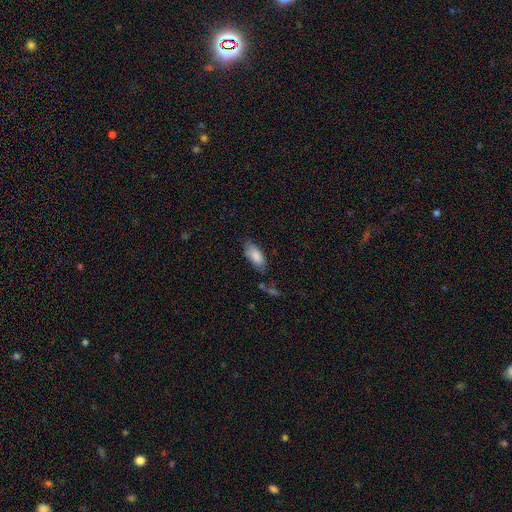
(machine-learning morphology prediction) This appears to be a smooth galaxy with no disk features (83%) that is in between round and cigar-shaped (85%). Merging: none (66%).